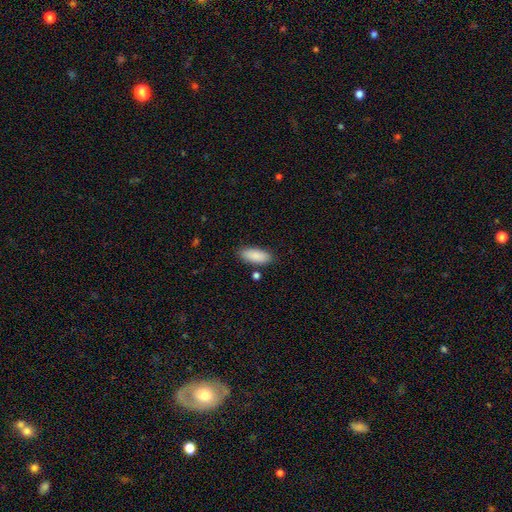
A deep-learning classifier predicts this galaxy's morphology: Smooth or featured: smooth — 89% (star or artifact — 6%)
How rounded: in between — 82% (cigar-shaped — 16%)
Merging: none — 83% (minor disturbance — 11%)